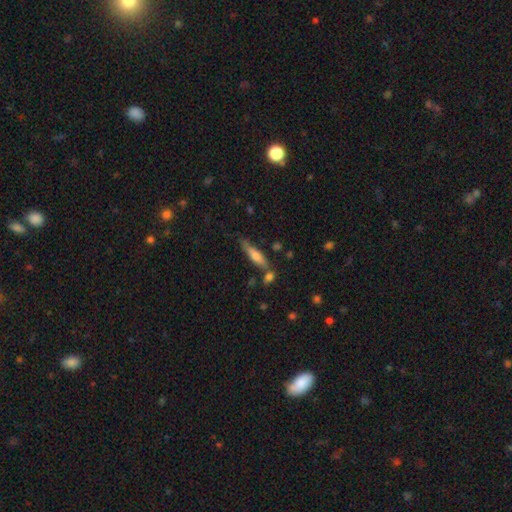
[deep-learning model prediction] Smooth or featured: smooth — 63% (featured or disk — 30%)
How rounded: cigar-shaped — 77% (in between — 21%)
Merging: none — 67% (minor disturbance — 18%)